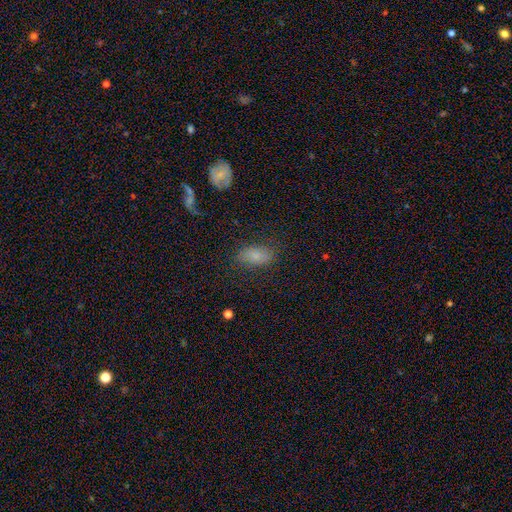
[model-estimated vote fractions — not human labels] This appears to be a smooth galaxy with no disk features (73%) that is in between round and cigar-shaped (89%). Merging: none (74%).